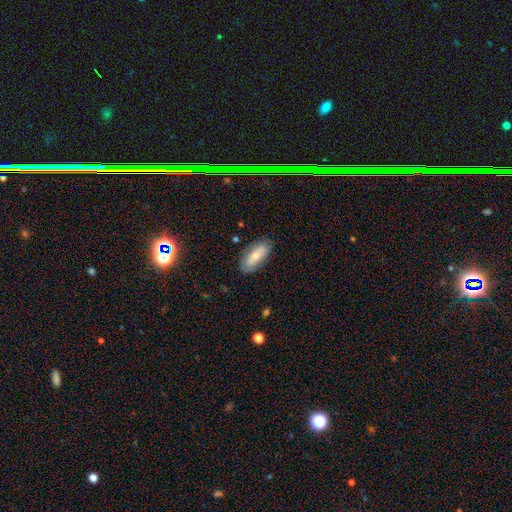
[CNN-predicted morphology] Q: Smooth or featured?
A: smooth (66%); runner-up: featured or disk (28%)
Q: How rounded?
A: in between (81%); runner-up: cigar-shaped (17%)
Q: Merging?
A: none (81%); runner-up: minor disturbance (14%)